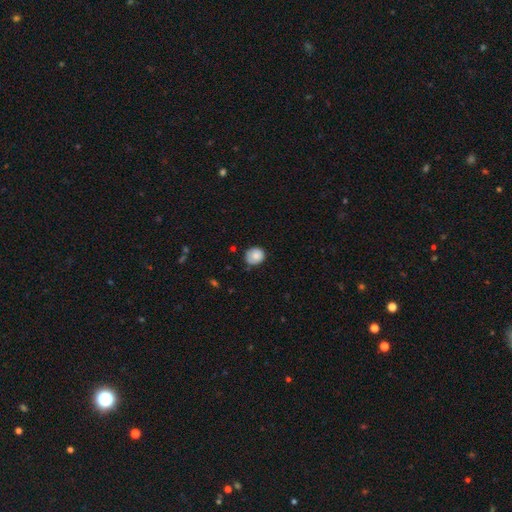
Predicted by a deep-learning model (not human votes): Smooth or featured?
  - smooth: 78% *
  - featured or disk: 14%
  - star or artifact: 8%
How rounded?
  - round: 80% *
  - in between: 19%
  - cigar-shaped: 1%
Merging?
  - none: 65% *
  - minor disturbance: 28%
  - major disturbance: 5%
  - merger: 2%